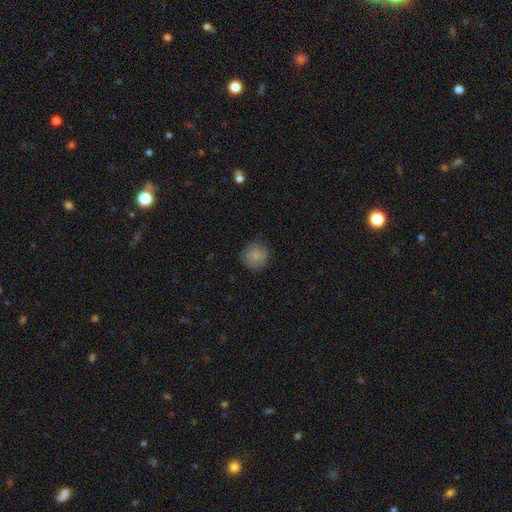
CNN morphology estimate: Smooth or featured? Predicted: smooth (p=0.85). How rounded? Predicted: round (p=0.92). Merging? Predicted: none (p=0.82).